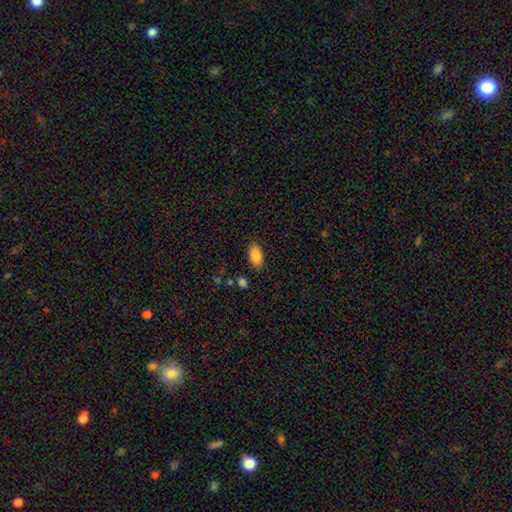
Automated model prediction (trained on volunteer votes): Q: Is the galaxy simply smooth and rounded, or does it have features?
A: smooth — 88%.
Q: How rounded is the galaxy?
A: in between — 93%.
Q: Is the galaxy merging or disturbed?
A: none — 84%.